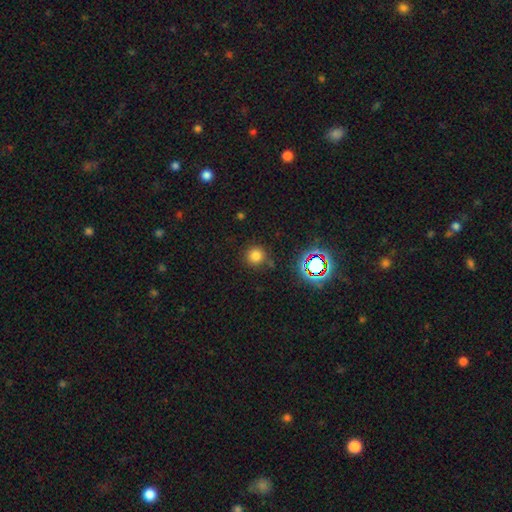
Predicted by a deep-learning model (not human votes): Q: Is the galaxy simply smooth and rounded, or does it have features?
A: smooth — 74%.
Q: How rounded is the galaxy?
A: round — 94%.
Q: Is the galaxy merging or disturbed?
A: none — 84%.